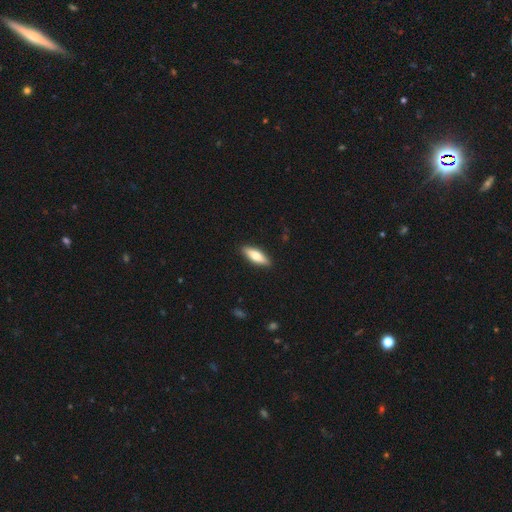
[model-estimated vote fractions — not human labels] Smooth or featured?
  - smooth: 67% *
  - featured or disk: 27%
  - star or artifact: 5%
How rounded?
  - in between: 54% *
  - cigar-shaped: 44%
  - round: 2%
Merging?
  - none: 90% *
  - minor disturbance: 8%
  - major disturbance: 2%
  - merger: 1%